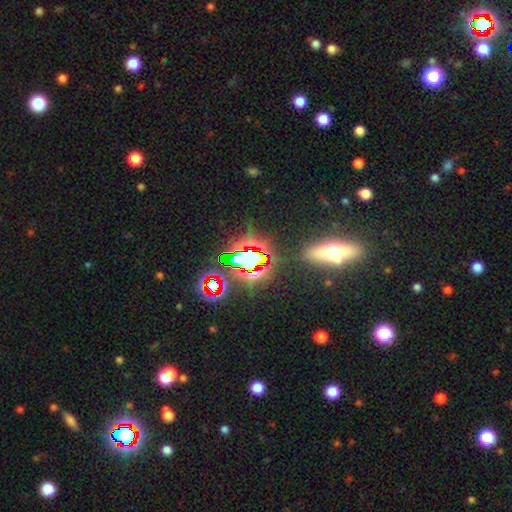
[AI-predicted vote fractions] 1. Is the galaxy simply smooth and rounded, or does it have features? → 74% star or artifact, 15% smooth, 11% featured or disk.